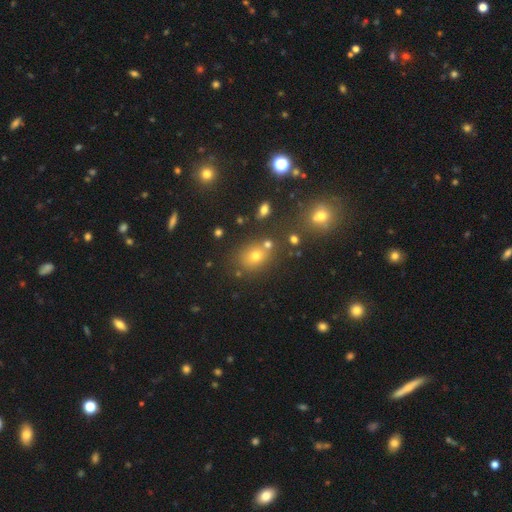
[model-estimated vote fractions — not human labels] smooth_or_featured: smooth (p=0.60) [alt: star or artifact p=0.29]
how_rounded: round (p=0.62) [alt: in between p=0.37]
merging: none (p=0.71) [alt: merger p=0.14]